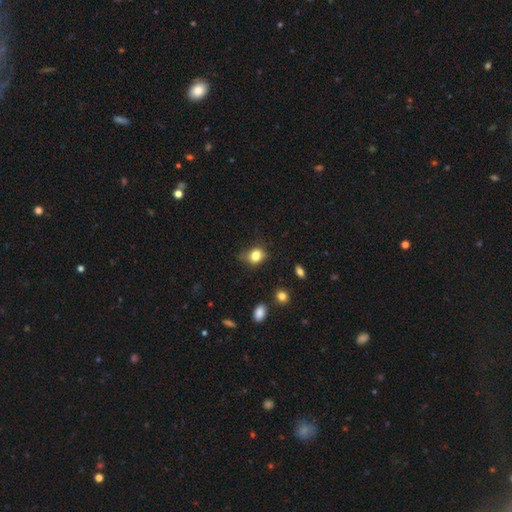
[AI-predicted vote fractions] This appears to be a smooth galaxy with no disk features (81%) that is round (57%). Merging: none (59%).